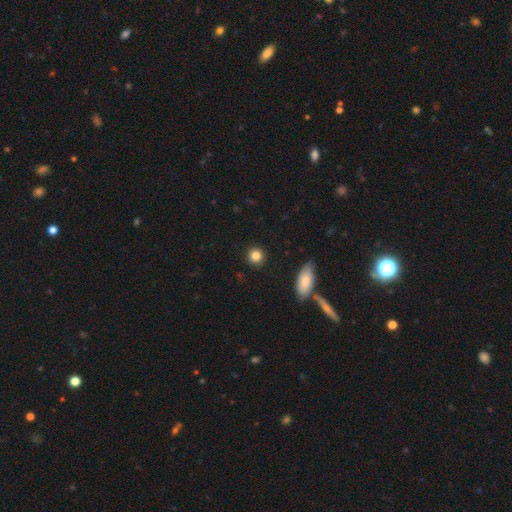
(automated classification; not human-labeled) Smooth or featured?
  - smooth: 85% *
  - star or artifact: 10%
  - featured or disk: 5%
How rounded?
  - round: 88% *
  - in between: 10%
  - cigar-shaped: 1%
Merging?
  - none: 90% *
  - minor disturbance: 7%
  - major disturbance: 2%
  - merger: 2%